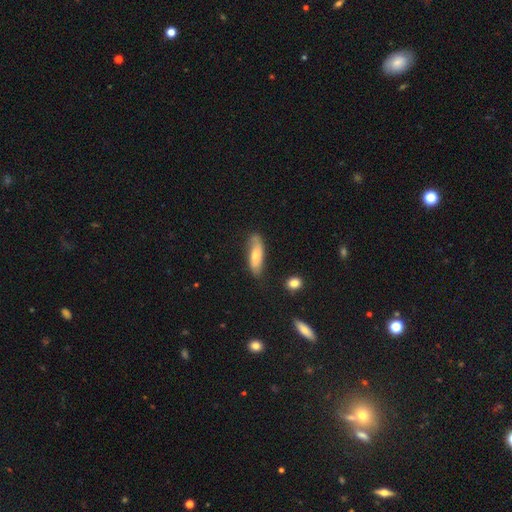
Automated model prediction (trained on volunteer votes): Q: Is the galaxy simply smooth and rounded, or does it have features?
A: smooth — 58%.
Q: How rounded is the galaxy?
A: cigar-shaped — 50%.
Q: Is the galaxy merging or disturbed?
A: none — 69%.